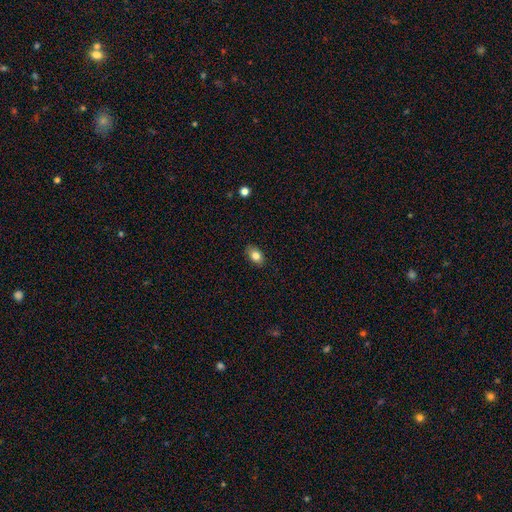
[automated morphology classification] Smooth or featured? smooth (81%)
How rounded? in between (83%)
Merging? none (86%)